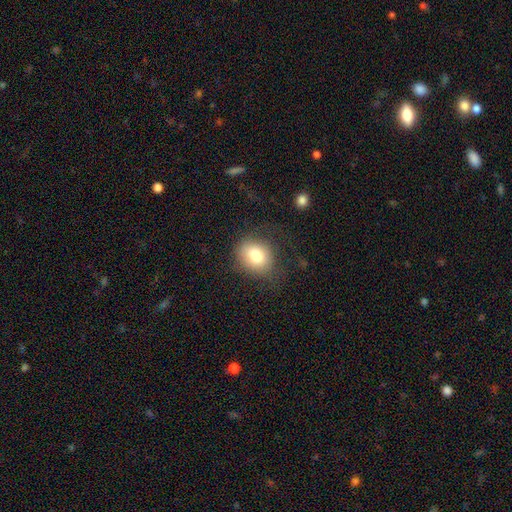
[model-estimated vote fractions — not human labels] Smooth or featured? Predicted: smooth (p=0.78). How rounded? Predicted: round (p=0.59). Merging? Predicted: none (p=0.71).